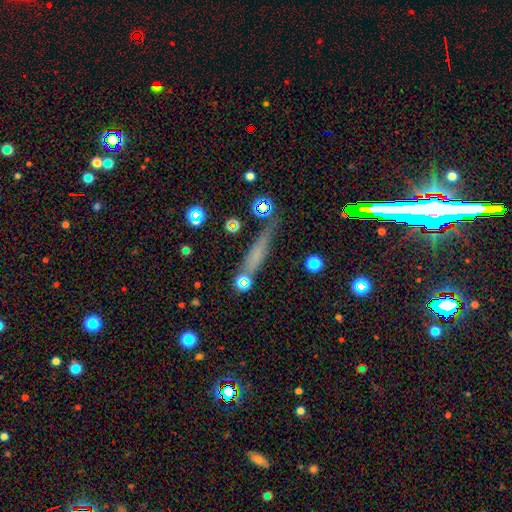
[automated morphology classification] This appears to be a smooth galaxy with no disk features (54%) that is cigar-shaped (84%). Merging: none (67%).